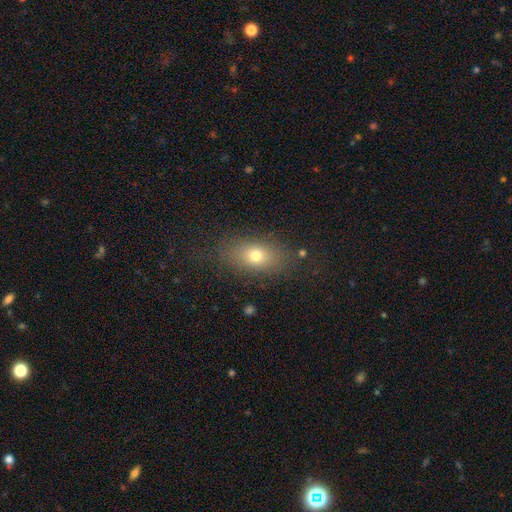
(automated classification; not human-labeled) smooth 72%, featured or disk 15%, star or artifact 13%. Down the decision tree: how rounded — in between (78%); merging — none (81%).